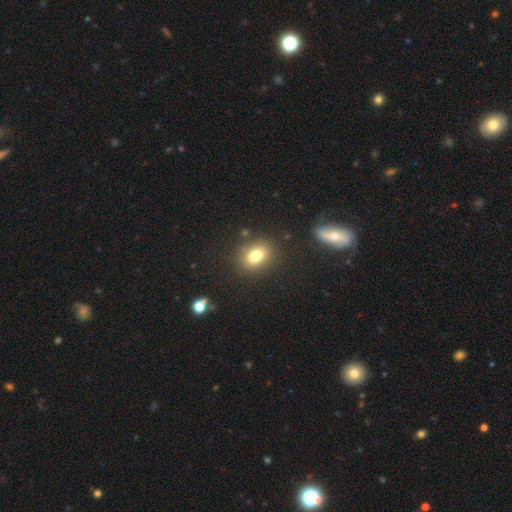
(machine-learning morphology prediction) This appears to be a smooth galaxy with no disk features (77%) that is in between round and cigar-shaped (55%). Merging: none (83%).